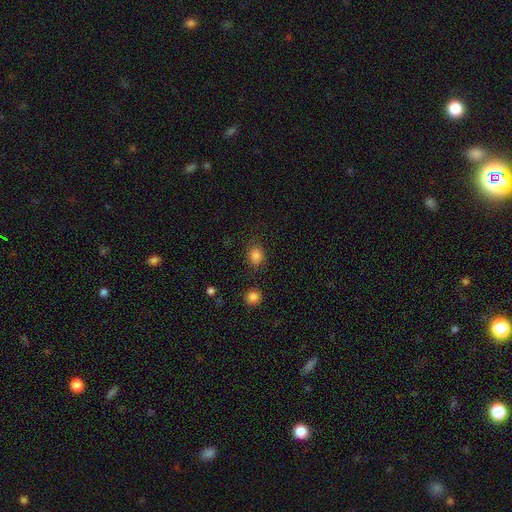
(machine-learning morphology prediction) Overall: smooth (84%). How rounded: round (58%; in between 41%). Merging: none (80%).